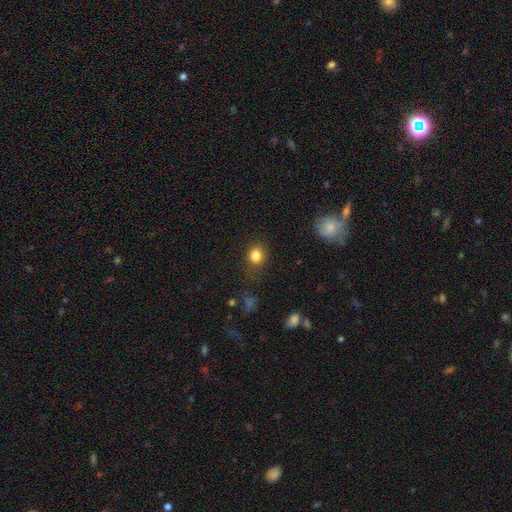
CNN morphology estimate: smooth 83%, star or artifact 11%, featured or disk 6%. Down the decision tree: how rounded — round (67%); merging — none (77%).